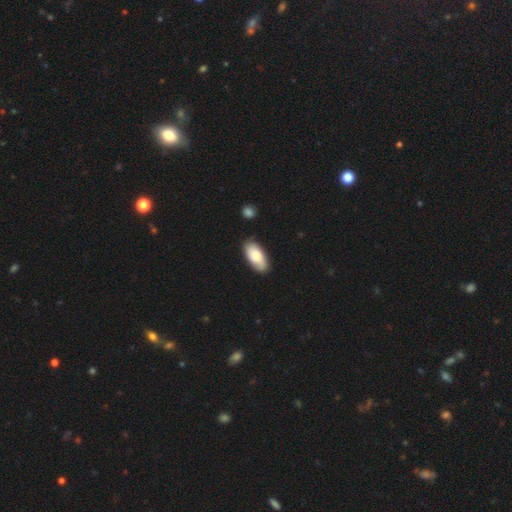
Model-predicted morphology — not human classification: type=smooth (78%); roundness=in between (91%); merging=none (81%).